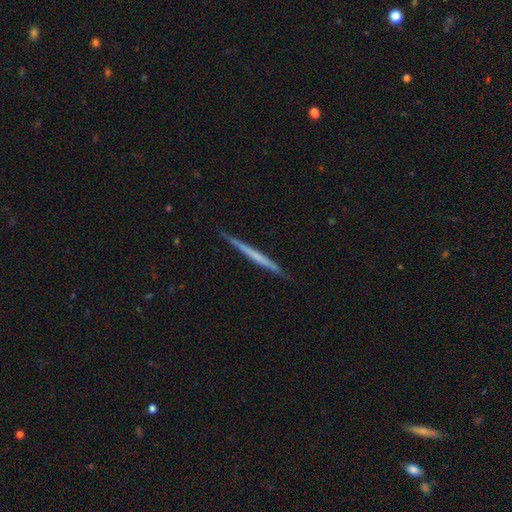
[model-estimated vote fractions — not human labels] Morphology: type=featured or disk (52%); edge-on=yes (97%); edge-on bulge=none (89%); merging=none (88%).